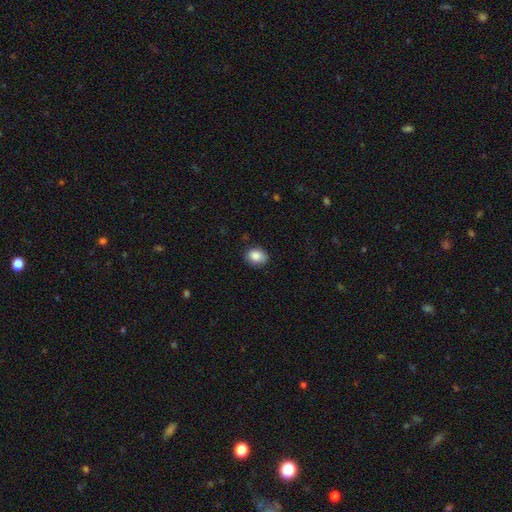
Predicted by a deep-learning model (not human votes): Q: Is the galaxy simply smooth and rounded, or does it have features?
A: smooth — 86%.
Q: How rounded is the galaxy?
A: in between — 60%.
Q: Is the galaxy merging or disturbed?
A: none — 81%.